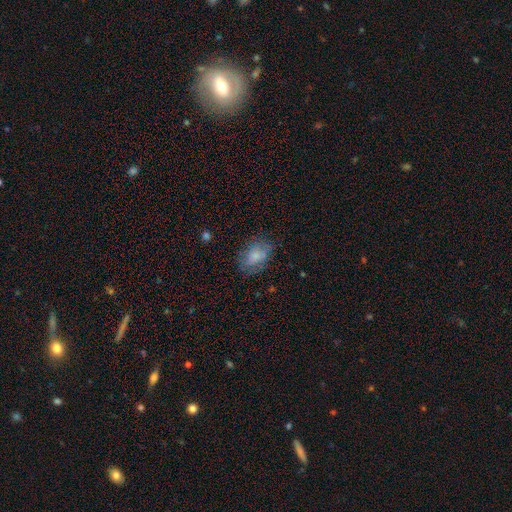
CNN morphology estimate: A smooth galaxy with no disk features (73%) that is in between round and cigar-shaped (82%). Merging: none (66%).